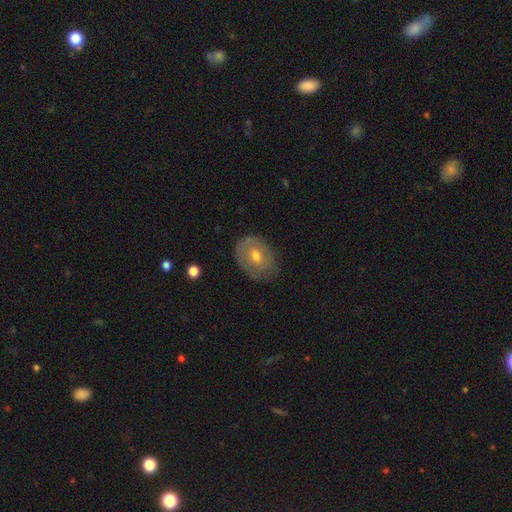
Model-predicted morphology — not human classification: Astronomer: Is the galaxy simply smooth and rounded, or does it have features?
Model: smooth — 49% (runner-up: featured or disk, 42%).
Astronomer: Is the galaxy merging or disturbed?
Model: none — 73%.